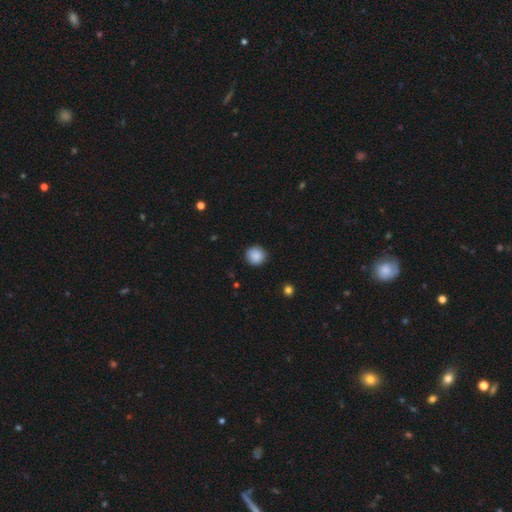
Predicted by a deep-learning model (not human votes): Overall: smooth (88%). How rounded: round (94%). Merging: none (90%).